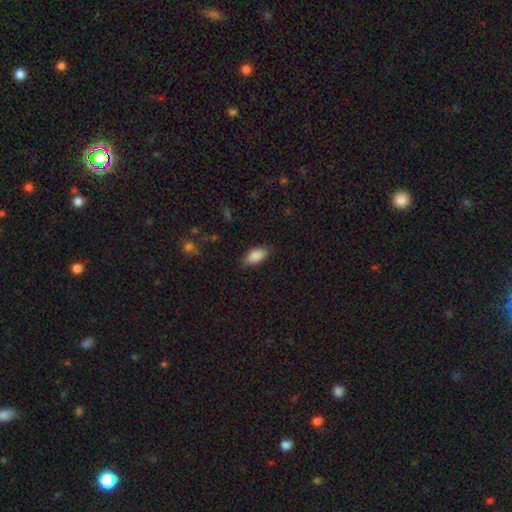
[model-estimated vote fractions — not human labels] Smooth or featured? Predicted: smooth (p=0.88). How rounded? Predicted: in between (p=0.91). Merging? Predicted: none (p=0.77).